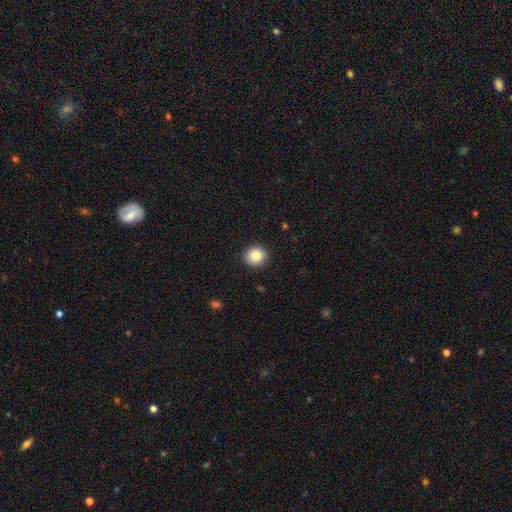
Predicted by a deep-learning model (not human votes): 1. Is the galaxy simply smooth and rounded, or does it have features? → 88% smooth, 8% star or artifact, 4% featured or disk.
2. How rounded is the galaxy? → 86% round, 13% in between, 1% cigar-shaped.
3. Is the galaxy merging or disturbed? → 90% none, 7% minor disturbance, 2% major disturbance, 1% merger.